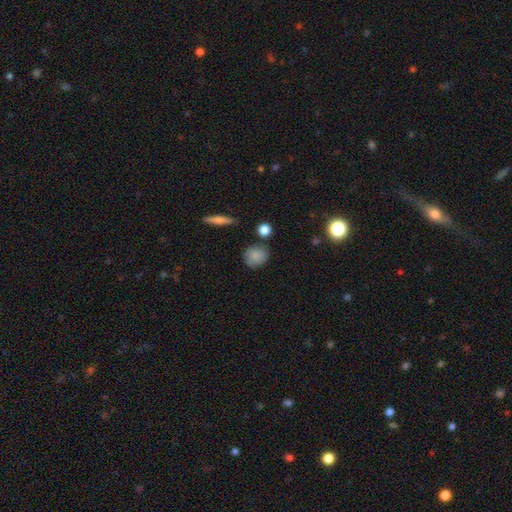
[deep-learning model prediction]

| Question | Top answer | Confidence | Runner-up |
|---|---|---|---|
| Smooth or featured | smooth | 84% | star or artifact (9%) |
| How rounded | round | 79% | in between (19%) |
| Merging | none | 79% | minor disturbance (13%) |